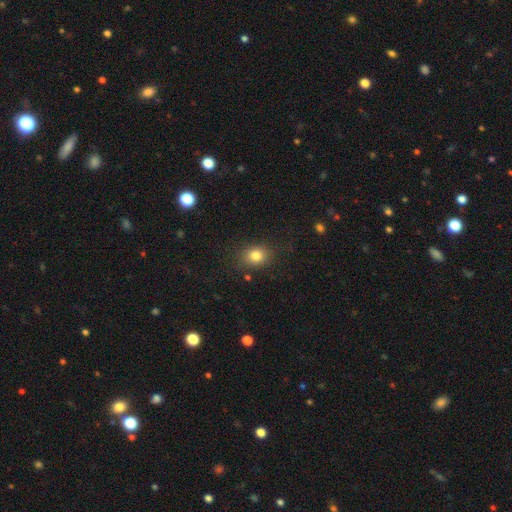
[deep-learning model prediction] This appears to be a smooth galaxy with no disk features (82%) that is round (55%). Merging: none (81%).